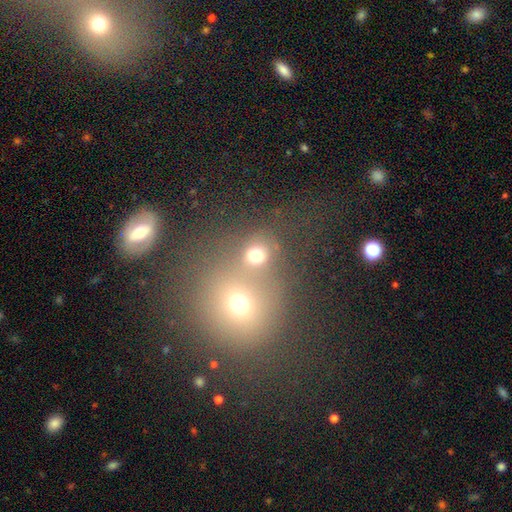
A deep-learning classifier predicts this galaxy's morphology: Smooth or featured? smooth (70%)
How rounded? round (78%)
Merging? merger (52%)